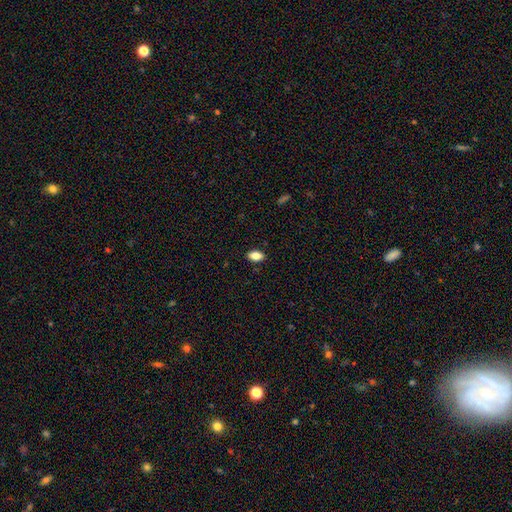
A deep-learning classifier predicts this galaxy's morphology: Smooth or featured: smooth — 85% (star or artifact — 9%)
How rounded: in between — 89% (round — 9%)
Merging: none — 88% (minor disturbance — 9%)